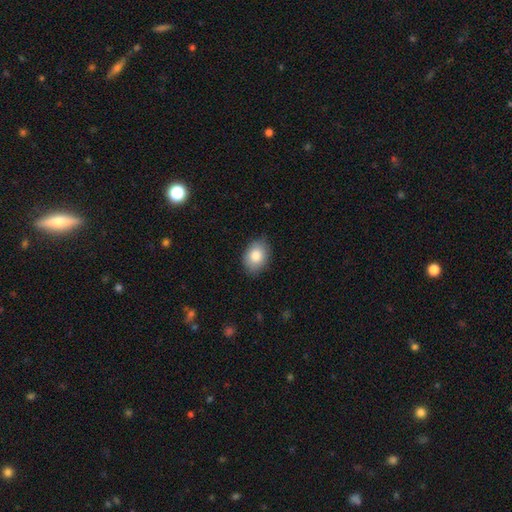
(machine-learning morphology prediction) Smooth or featured?
  - smooth: 83% *
  - featured or disk: 9%
  - star or artifact: 8%
How rounded?
  - in between: 69% *
  - round: 30%
  - cigar-shaped: 1%
Merging?
  - none: 82% *
  - minor disturbance: 15%
  - major disturbance: 2%
  - merger: 1%